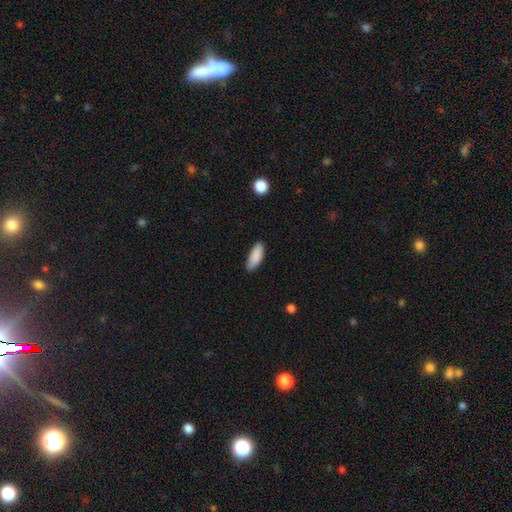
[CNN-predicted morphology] Smooth or featured? Predicted: smooth (p=0.89). How rounded? Predicted: in between (p=0.71). Merging? Predicted: none (p=0.81).